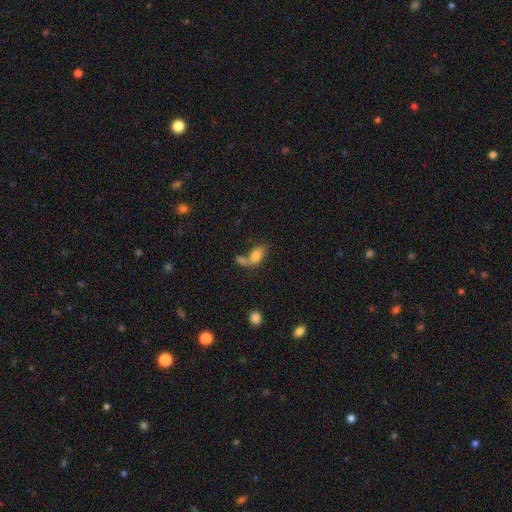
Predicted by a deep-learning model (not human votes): Smooth or featured?
  - smooth: 74% *
  - featured or disk: 16%
  - star or artifact: 10%
How rounded?
  - in between: 87% *
  - round: 8%
  - cigar-shaped: 5%
Merging?
  - merger: 51% *
  - none: 28%
  - minor disturbance: 11%
  - major disturbance: 10%